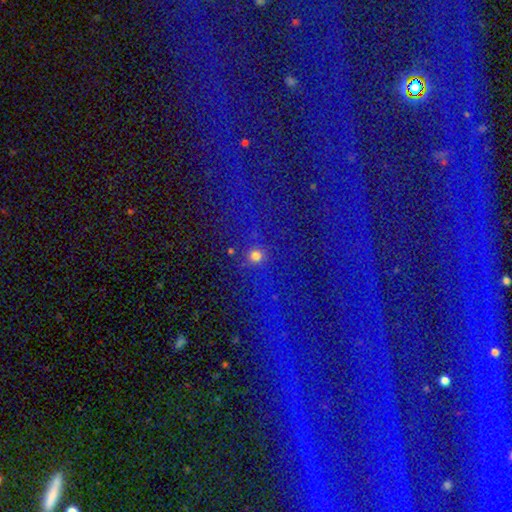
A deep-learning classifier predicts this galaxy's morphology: smooth_or_featured: smooth (p=0.55) [alt: star or artifact p=0.34]
how_rounded: round (p=0.82) [alt: in between p=0.15]
merging: none (p=0.76) [alt: minor disturbance p=0.11]